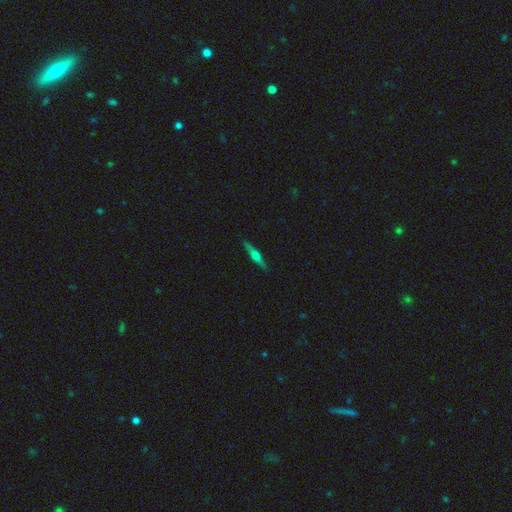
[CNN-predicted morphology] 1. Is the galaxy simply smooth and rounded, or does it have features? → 72% featured or disk, 22% smooth, 6% star or artifact.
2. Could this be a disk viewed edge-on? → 97% yes, 3% no.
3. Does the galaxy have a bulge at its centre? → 90% rounded, 7% boxy, 3% none.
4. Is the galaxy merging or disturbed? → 90% none, 8% minor disturbance, 2% major disturbance, 1% merger.